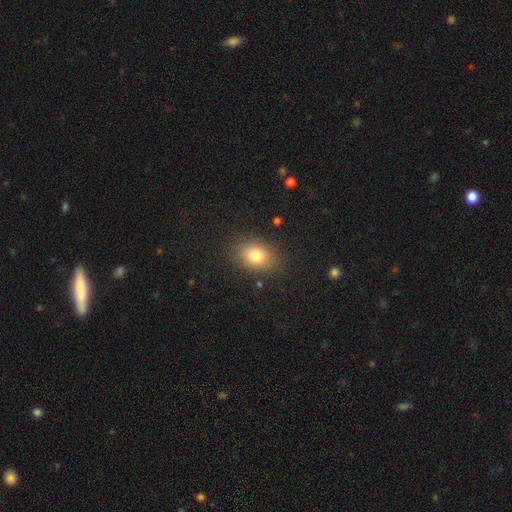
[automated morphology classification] smooth-or-featured: smooth: 81% | star or artifact: 10% | featured or disk: 9%
  how-rounded: in between: 69% | round: 30% | cigar-shaped: 1%
  merging: none: 85% | minor disturbance: 10% | major disturbance: 3% | merger: 1%